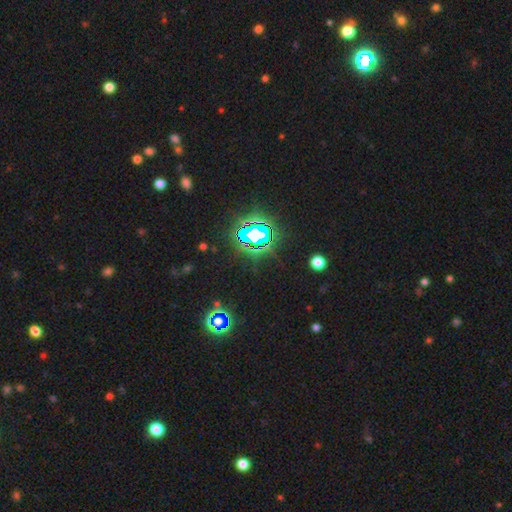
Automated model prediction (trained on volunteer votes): A star or artifact, not a galaxy (82%).

Vote fractions:
- Smooth or featured? star or artifact: 82% / smooth: 11% / featured or disk: 7%